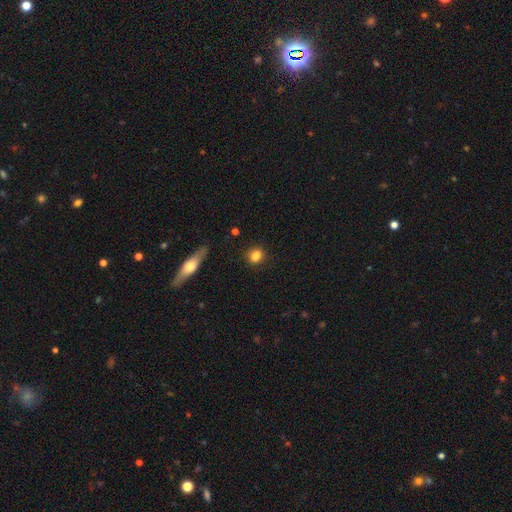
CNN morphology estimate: This is clearly a smooth galaxy (85%). How rounded: likely round (76%). Merging: clearly none (88%).